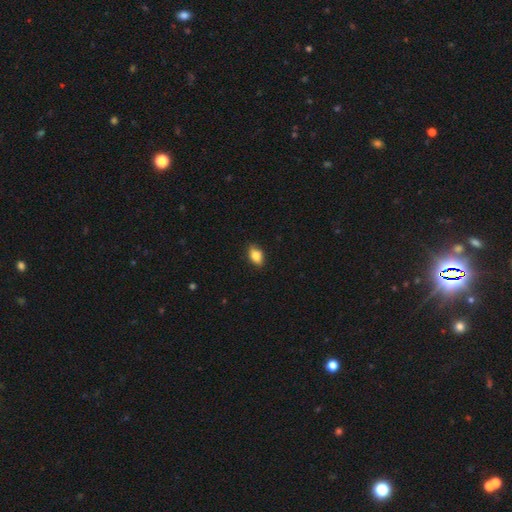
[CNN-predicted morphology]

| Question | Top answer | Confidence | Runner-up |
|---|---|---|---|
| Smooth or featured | smooth | 85% | star or artifact (8%) |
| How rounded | in between | 86% | round (11%) |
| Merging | none | 86% | minor disturbance (11%) |